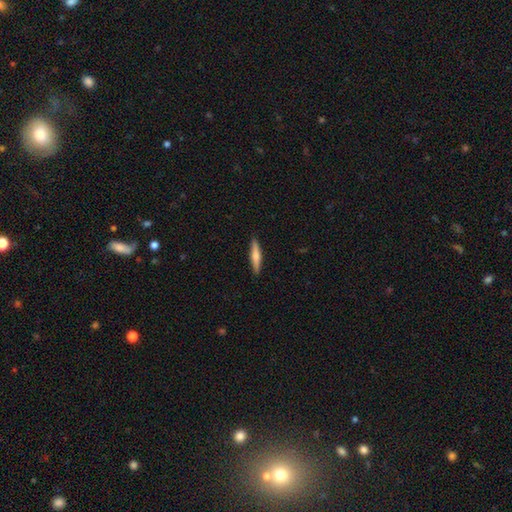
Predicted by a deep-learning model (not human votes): Smooth or featured? smooth (52%)
How rounded? cigar-shaped (89%)
Merging? none (91%)